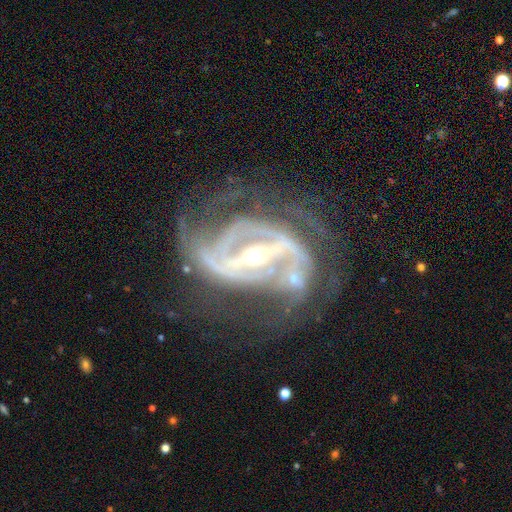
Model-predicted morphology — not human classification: Overall: featured or disk (91%). Edge-on disk: no (95%). Bar: strong (75%). Spiral arms: yes (95%). Spiral arm count: 2 (51%; can't tell 16%). Spiral winding: medium (44%; tight 35%). Bulge size: small (61%; moderate 35%). Merging: none (48%; major disturbance 25%).